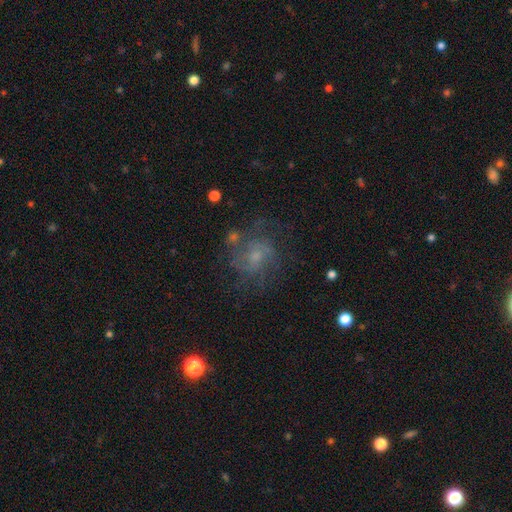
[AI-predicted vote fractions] Overall: featured or disk (64%). Edge-on disk: no (97%). Bar: no (69%). Spiral arms: yes (82%). Spiral arm count: can't tell (39%; 2 26%). Spiral winding: medium (46%; tight 36%). Bulge size: small (53%; moderate 32%). Merging: none (63%).